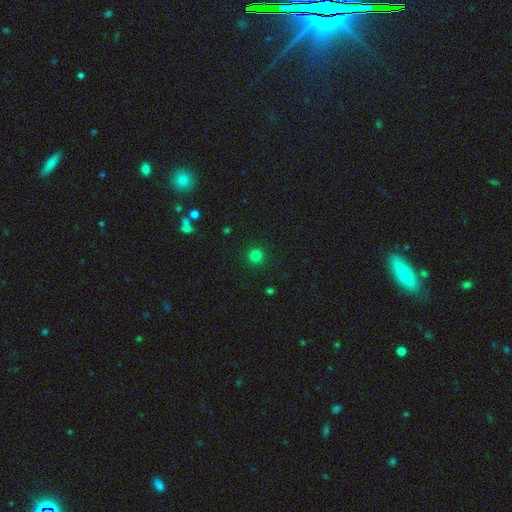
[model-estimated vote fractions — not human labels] This is clearly a smooth galaxy (81%). How rounded: clearly round (95%). Merging: clearly none (92%).